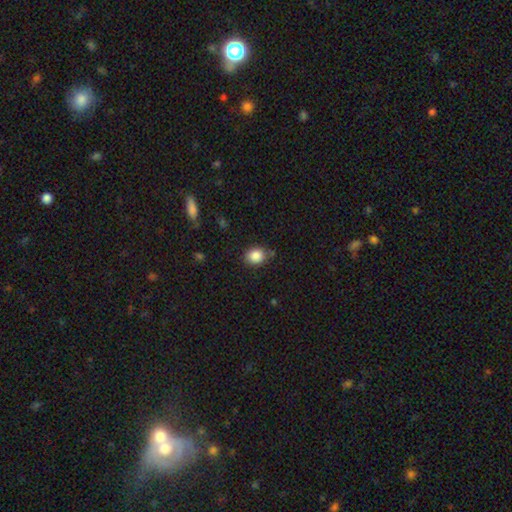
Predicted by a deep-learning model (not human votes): smooth-or-featured: smooth: 86% | star or artifact: 9% | featured or disk: 5%
  how-rounded: round: 55% | in between: 44% | cigar-shaped: 1%
  merging: none: 77% | minor disturbance: 16% | major disturbance: 3% | merger: 3%